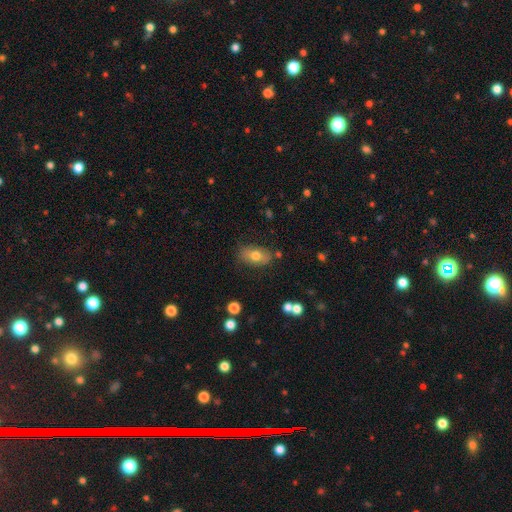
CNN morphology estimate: smooth_or_featured: smooth (p=0.72) [alt: featured or disk p=0.20]
how_rounded: in between (p=0.88) [alt: round p=0.09]
merging: none (p=0.77) [alt: minor disturbance p=0.16]